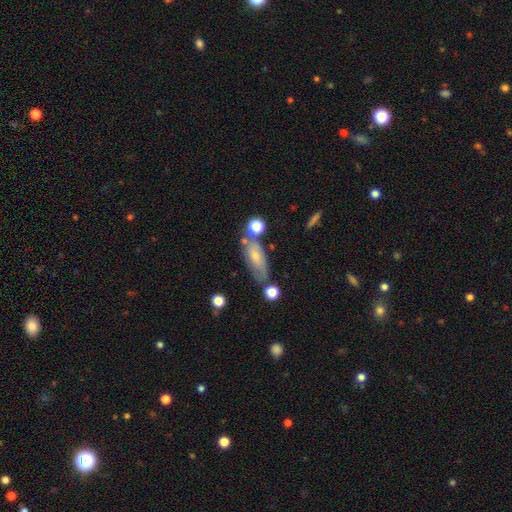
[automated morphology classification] Smooth or featured: smooth — 62% (featured or disk — 30%)
How rounded: in between — 73% (cigar-shaped — 24%)
Merging: none — 56% (minor disturbance — 23%)